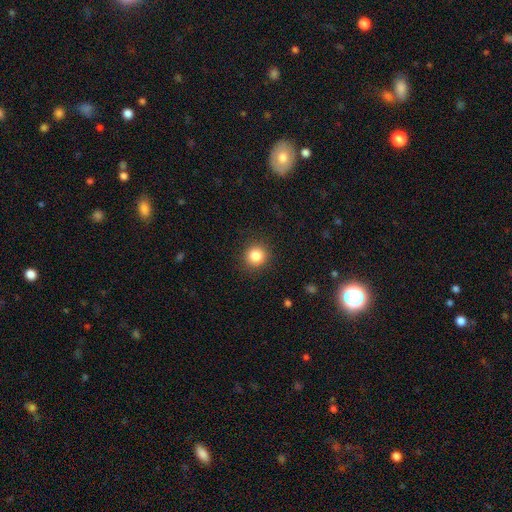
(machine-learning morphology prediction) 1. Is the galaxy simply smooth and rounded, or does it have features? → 84% smooth, 11% star or artifact, 5% featured or disk.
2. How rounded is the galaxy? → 91% round, 8% in between, 1% cigar-shaped.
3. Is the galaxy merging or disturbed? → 90% none, 7% minor disturbance, 2% major disturbance, 1% merger.